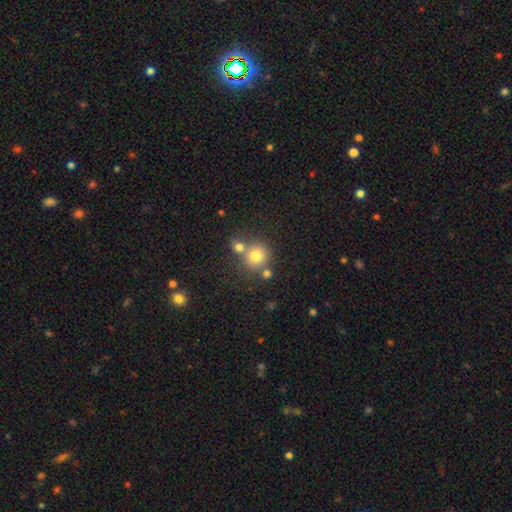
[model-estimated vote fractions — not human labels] smooth-or-featured: smooth: 76% | star or artifact: 14% | featured or disk: 10%
  how-rounded: round: 88% | in between: 11% | cigar-shaped: 1%
  merging: none: 58% | merger: 30% | minor disturbance: 9% | major disturbance: 4%